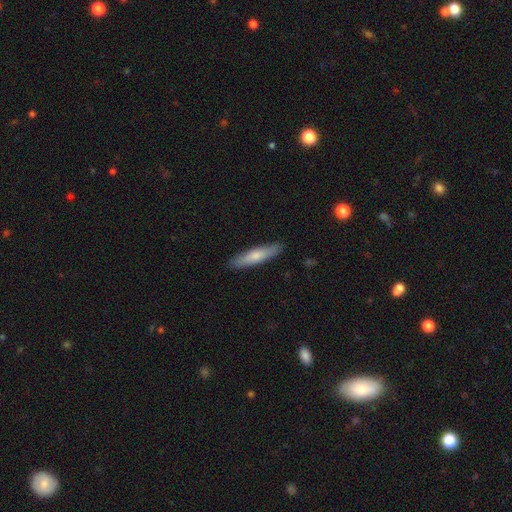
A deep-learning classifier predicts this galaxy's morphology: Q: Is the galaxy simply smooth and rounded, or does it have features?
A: smooth — 71%.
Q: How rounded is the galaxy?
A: cigar-shaped — 78%.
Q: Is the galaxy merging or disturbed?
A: none — 89%.